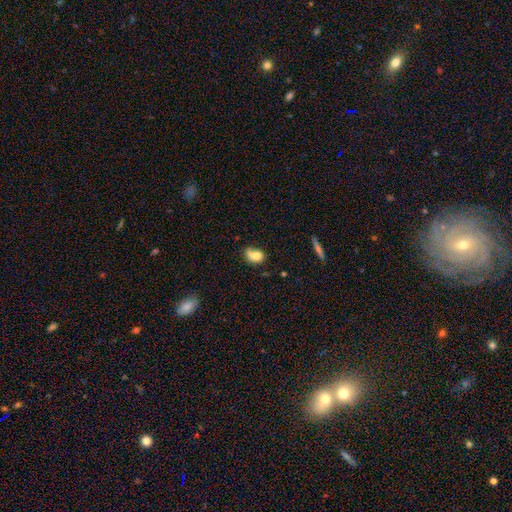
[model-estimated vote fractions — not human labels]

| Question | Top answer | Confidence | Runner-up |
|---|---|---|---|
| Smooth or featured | smooth | 73% | featured or disk (18%) |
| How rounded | in between | 62% | round (36%) |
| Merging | none | 37% | minor disturbance (24%) |